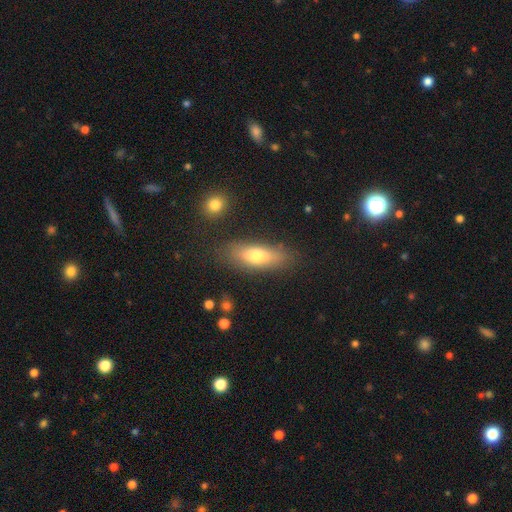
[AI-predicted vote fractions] This is likely a smooth galaxy (68%). How rounded: likely in between (66%). Merging: clearly none (80%).